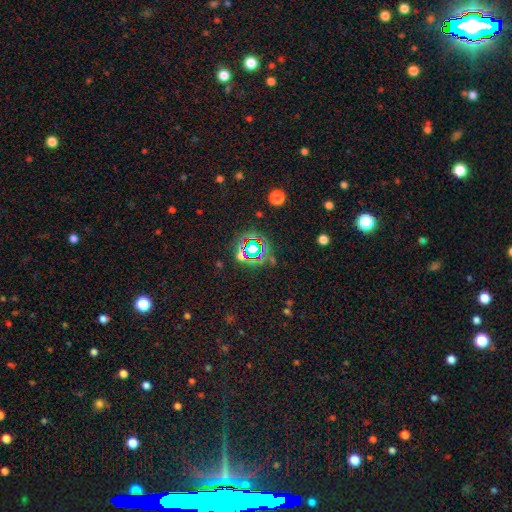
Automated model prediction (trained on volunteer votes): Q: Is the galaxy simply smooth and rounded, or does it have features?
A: star or artifact — 73%.